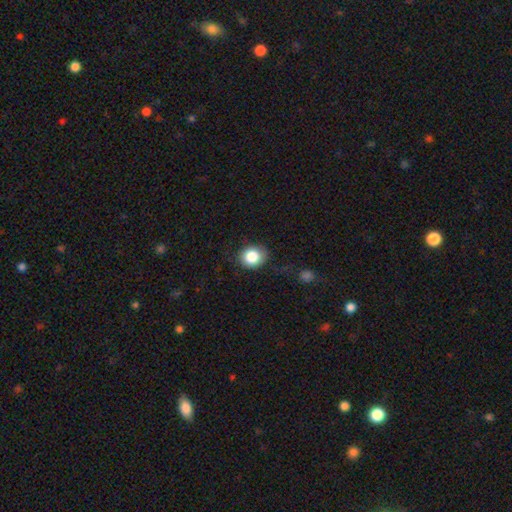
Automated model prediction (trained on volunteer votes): This is likely a smooth galaxy (78%). How rounded: clearly round (83%). Merging: clearly none (85%).